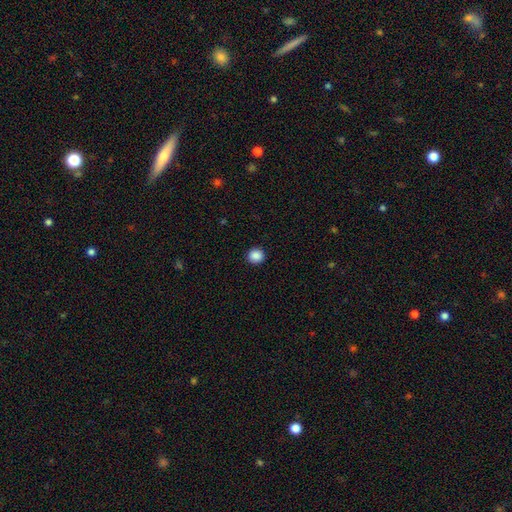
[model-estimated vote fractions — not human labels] Q: Smooth or featured?
A: smooth (88%); runner-up: star or artifact (9%)
Q: How rounded?
A: round (91%); runner-up: in between (8%)
Q: Merging?
A: none (93%); runner-up: minor disturbance (4%)